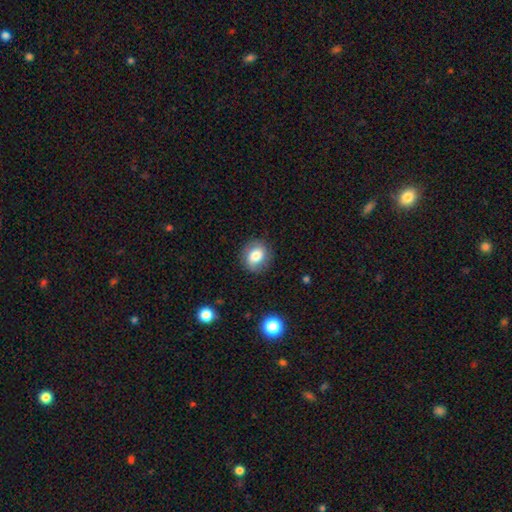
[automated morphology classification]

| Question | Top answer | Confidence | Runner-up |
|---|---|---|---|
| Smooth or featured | smooth | 74% | featured or disk (17%) |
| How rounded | round | 61% | in between (38%) |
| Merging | none | 83% | minor disturbance (12%) |